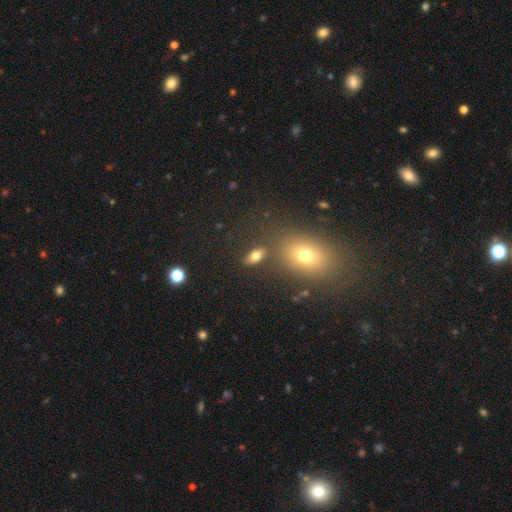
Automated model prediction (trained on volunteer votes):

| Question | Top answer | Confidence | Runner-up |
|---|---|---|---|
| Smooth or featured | smooth | 75% | star or artifact (12%) |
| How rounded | in between | 84% | round (10%) |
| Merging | none | 78% | minor disturbance (10%) |